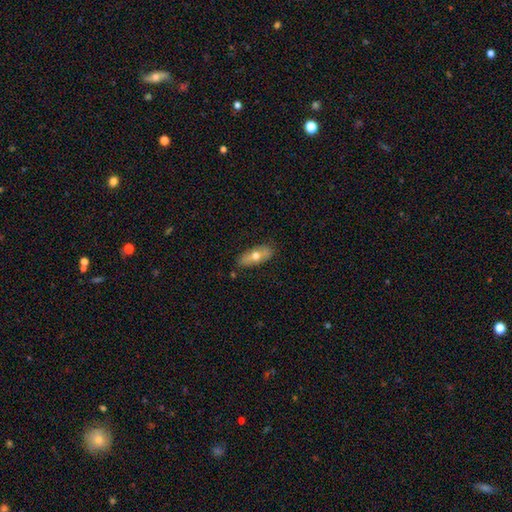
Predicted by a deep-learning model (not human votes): This appears to be a smooth galaxy with no disk features (59%) that is in between round and cigar-shaped (77%). Merging: none (79%).